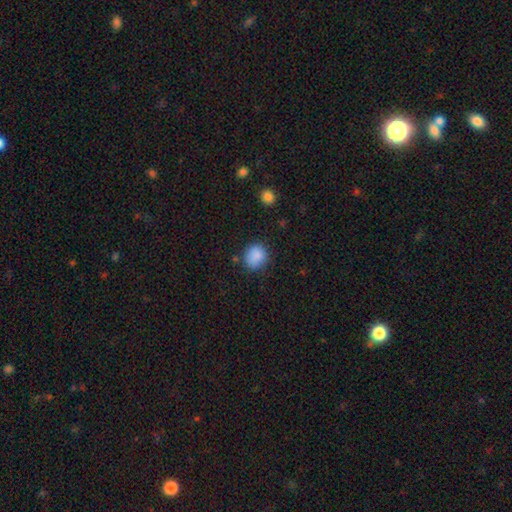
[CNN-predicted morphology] smooth-or-featured: smooth: 87% | star or artifact: 9% | featured or disk: 4%
  how-rounded: round: 77% | in between: 22% | cigar-shaped: 1%
  merging: none: 78% | minor disturbance: 15% | major disturbance: 4% | merger: 2%